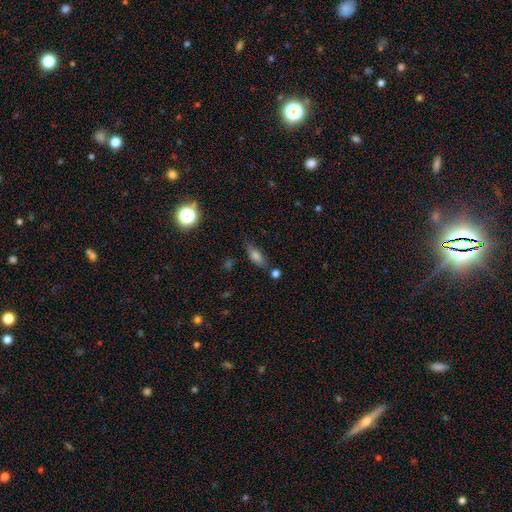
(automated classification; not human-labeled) Overall: smooth (76%). How rounded: in between (75%). Merging: none (71%).